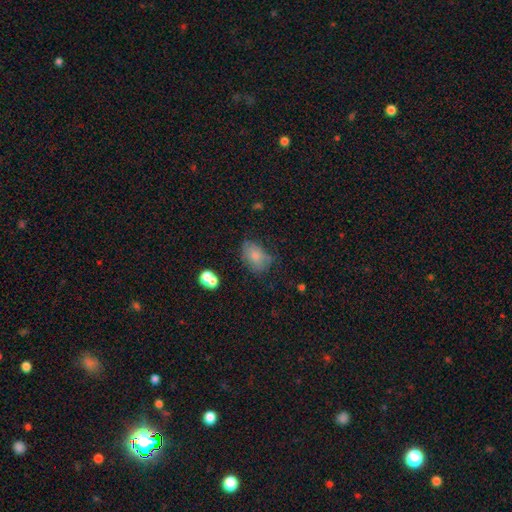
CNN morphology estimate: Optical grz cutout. It shows a smooth galaxy with no disk features (75%) that is in between round and cigar-shaped (84%). Merging: none (54%).